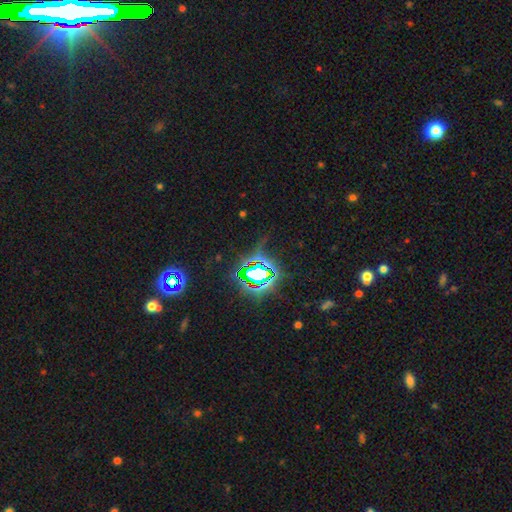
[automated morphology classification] A star or artifact, not a galaxy (81%).

Vote fractions:
- Smooth or featured? star or artifact: 81% / smooth: 12% / featured or disk: 7%